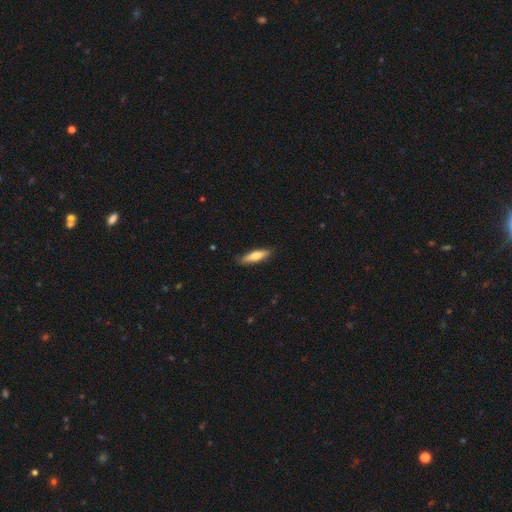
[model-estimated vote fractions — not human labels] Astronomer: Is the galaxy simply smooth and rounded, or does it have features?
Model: smooth — 66%.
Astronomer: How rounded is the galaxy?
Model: cigar-shaped — 65%.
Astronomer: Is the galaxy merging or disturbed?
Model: none — 87%.